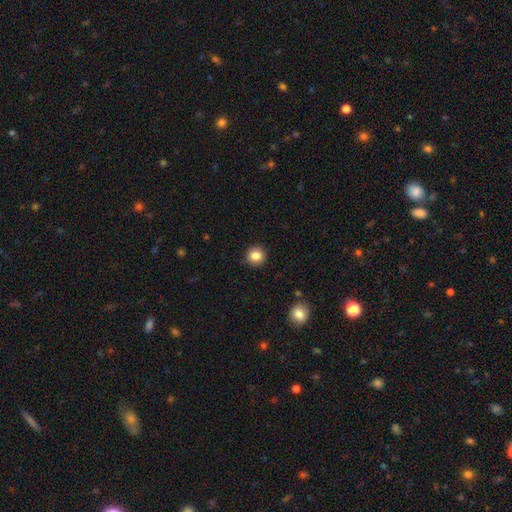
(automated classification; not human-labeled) smooth 84%, star or artifact 10%, featured or disk 6%. Down the decision tree: how rounded — round (91%); merging — none (91%).